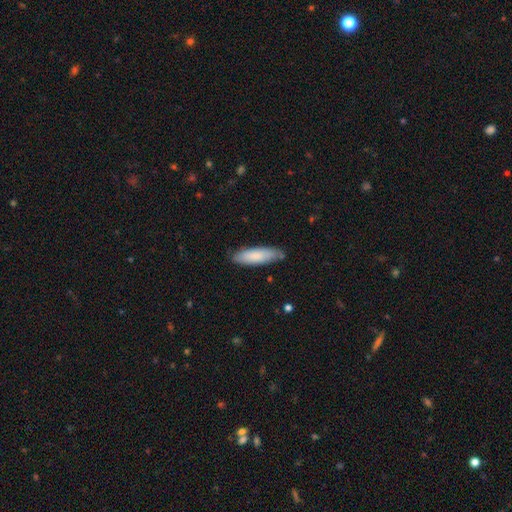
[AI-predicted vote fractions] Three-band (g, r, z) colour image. It shows a smooth galaxy with no disk features (81%) that is cigar-shaped (59%). Merging: none (81%).